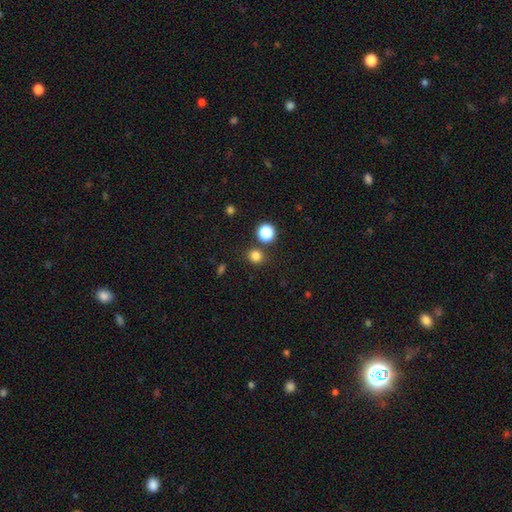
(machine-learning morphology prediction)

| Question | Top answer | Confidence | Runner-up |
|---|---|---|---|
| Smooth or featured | smooth | 80% | star or artifact (16%) |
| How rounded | round | 87% | in between (12%) |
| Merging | none | 82% | merger (8%) |